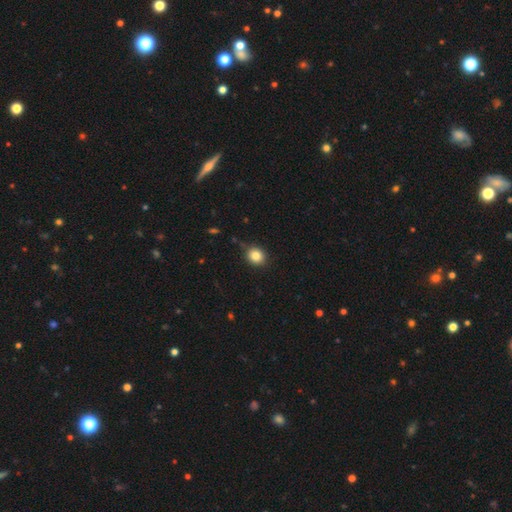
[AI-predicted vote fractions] Smooth or featured?
  - smooth: 84% *
  - star or artifact: 10%
  - featured or disk: 6%
How rounded?
  - round: 78% *
  - in between: 21%
  - cigar-shaped: 1%
Merging?
  - none: 82% *
  - minor disturbance: 13%
  - major disturbance: 3%
  - merger: 2%